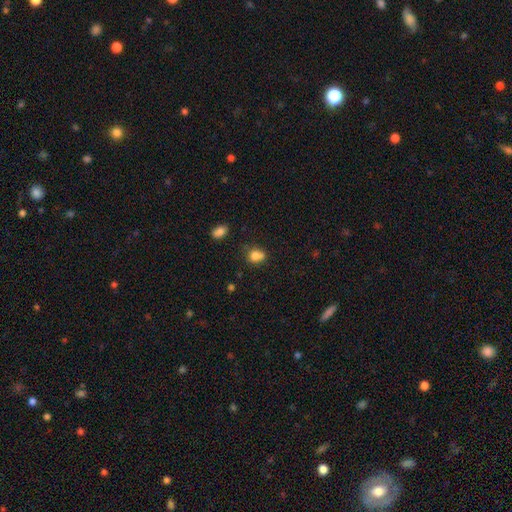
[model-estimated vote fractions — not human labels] Q: Smooth or featured?
A: smooth (80%); runner-up: star or artifact (12%)
Q: How rounded?
A: round (58%); runner-up: in between (41%)
Q: Merging?
A: none (48%); runner-up: minor disturbance (23%)